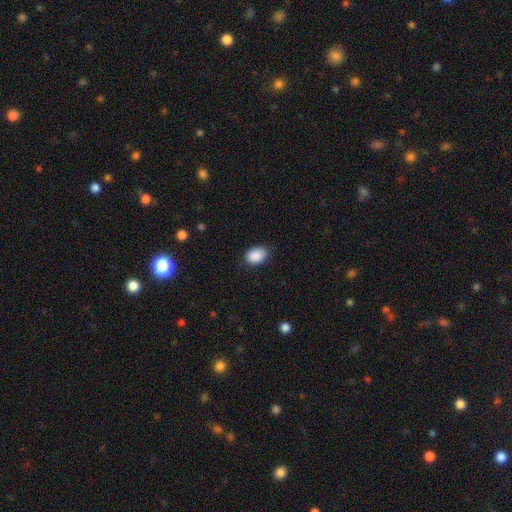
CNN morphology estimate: smooth_or_featured: smooth (p=0.89) [alt: star or artifact p=0.07]
how_rounded: in between (p=0.78) [alt: round p=0.21]
merging: none (p=0.82) [alt: minor disturbance p=0.14]